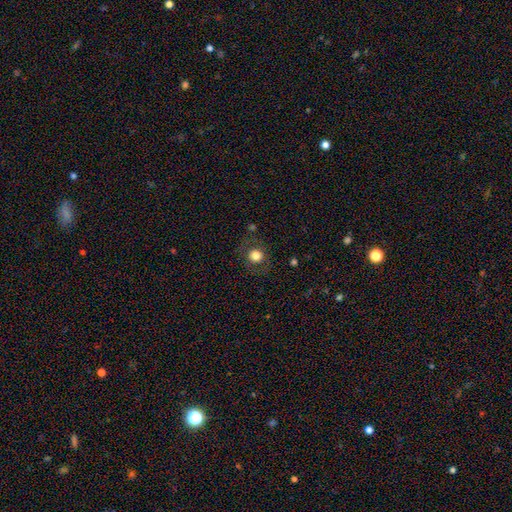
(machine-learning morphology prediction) smooth-or-featured: smooth: 75% | featured or disk: 14% | star or artifact: 11%
  how-rounded: round: 88% | in between: 11% | cigar-shaped: 1%
  merging: none: 81% | minor disturbance: 11% | major disturbance: 6% | merger: 2%